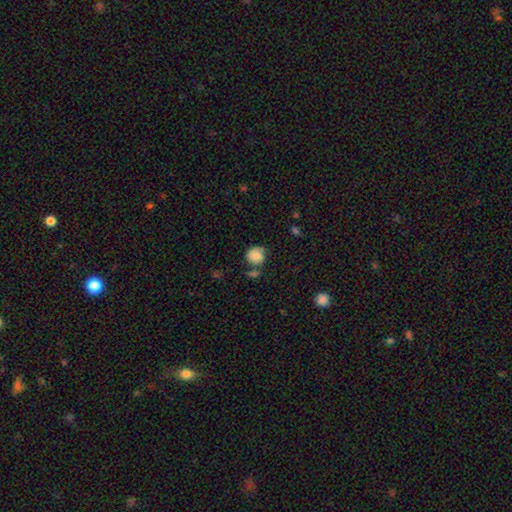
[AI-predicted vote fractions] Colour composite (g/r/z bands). It shows a smooth galaxy with no disk features (74%) that is round (81%). Merging: none (54%).